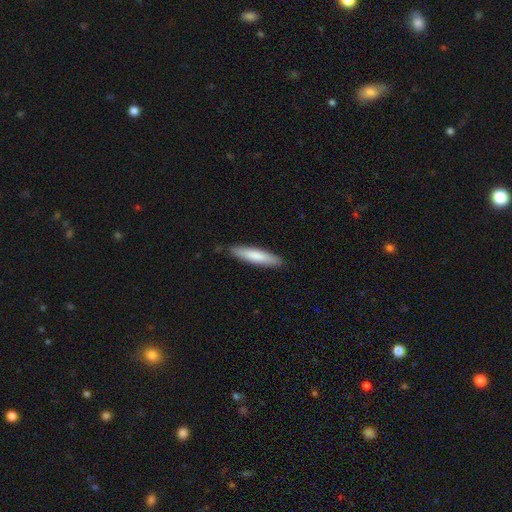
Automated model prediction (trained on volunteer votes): Smooth or featured? Predicted: smooth (p=0.79). How rounded? Predicted: cigar-shaped (p=0.85). Merging? Predicted: none (p=0.87).